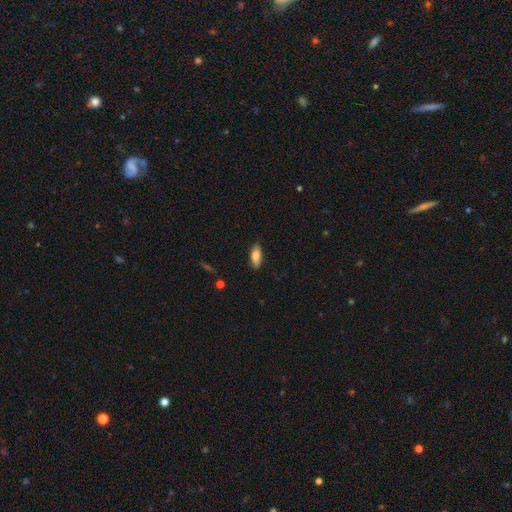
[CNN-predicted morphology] Smooth or featured? smooth (79%)
How rounded? in between (78%)
Merging? none (84%)